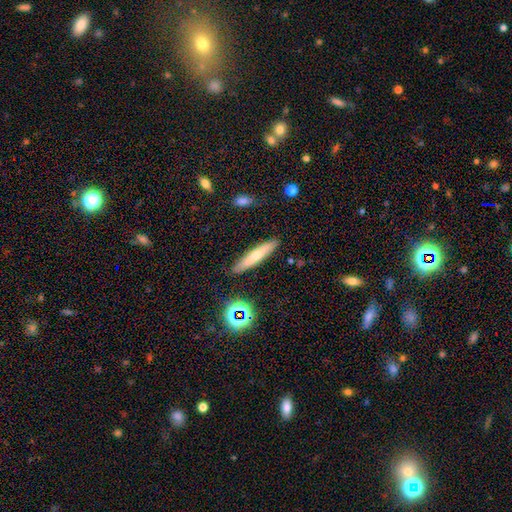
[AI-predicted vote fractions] A smooth galaxy with no disk features (62%) that is cigar-shaped (89%). Merging: none (89%).